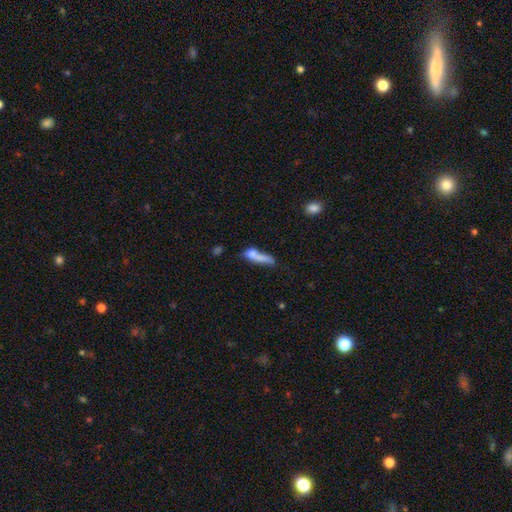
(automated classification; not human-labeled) A smooth galaxy with no disk features (67%) that is cigar-shaped (62%). Merging: merger (32%).